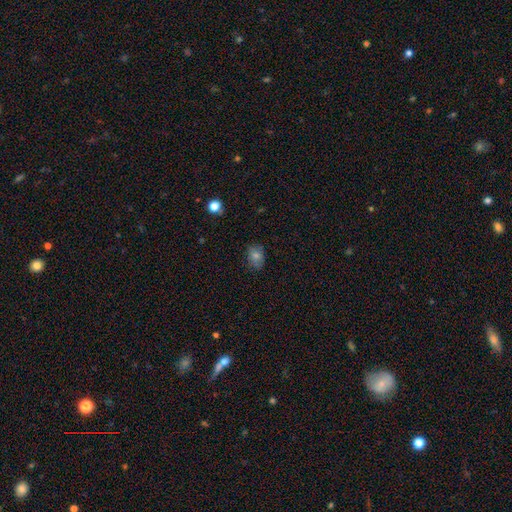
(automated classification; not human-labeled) A smooth galaxy with no disk features (73%) that is in between round and cigar-shaped (67%).

Vote fractions:
- Smooth or featured? smooth: 73% / star or artifact: 14% / featured or disk: 13%
- How rounded? in between: 67% / round: 31% / cigar-shaped: 1%
- Merging? none: 79% / minor disturbance: 16% / major disturbance: 3% / merger: 1%